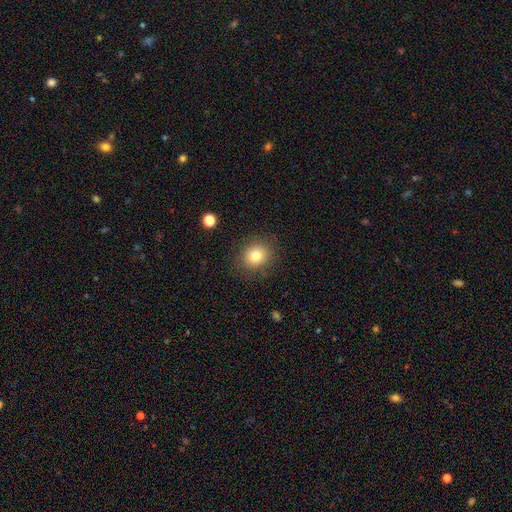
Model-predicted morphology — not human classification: Smooth or featured: smooth — 80% (star or artifact — 11%)
How rounded: round — 72% (in between — 28%)
Merging: none — 85% (minor disturbance — 10%)